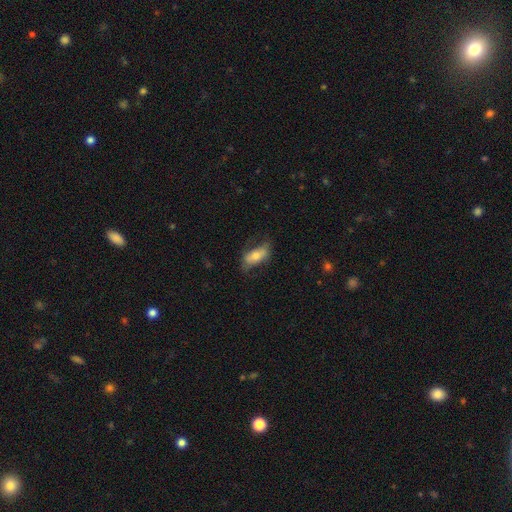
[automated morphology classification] smooth_or_featured: smooth (p=0.54) [alt: featured or disk p=0.38]
how_rounded: in between (p=0.77) [alt: cigar-shaped p=0.18]
merging: none (p=0.61) [alt: minor disturbance p=0.24]